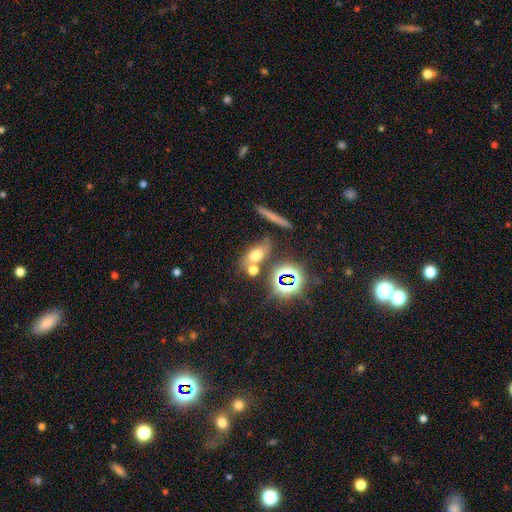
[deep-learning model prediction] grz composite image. It shows a smooth galaxy with no disk features (58%) that is in between round and cigar-shaped (65%). Merging: none (60%).